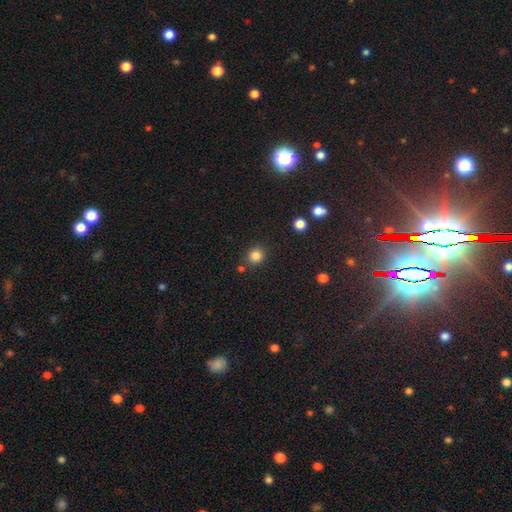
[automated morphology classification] type=smooth (84%); roundness=round (87%); merging=none (82%).